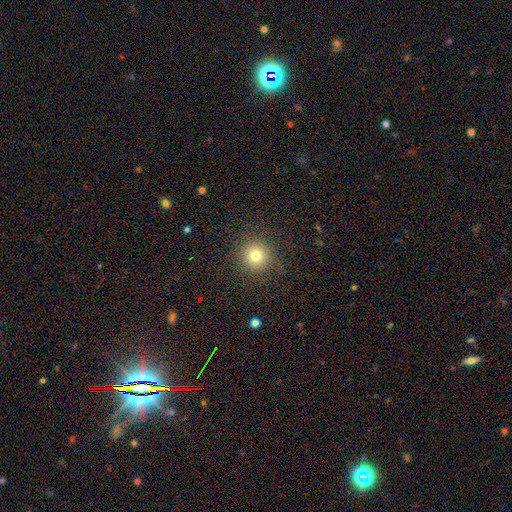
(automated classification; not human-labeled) A smooth galaxy with no disk features (76%) that is round (94%).

Vote fractions:
- Smooth or featured? smooth: 76% / star or artifact: 15% / featured or disk: 9%
- How rounded? round: 94% / in between: 5% / cigar-shaped: 1%
- Merging? none: 87% / minor disturbance: 8% / major disturbance: 4% / merger: 1%